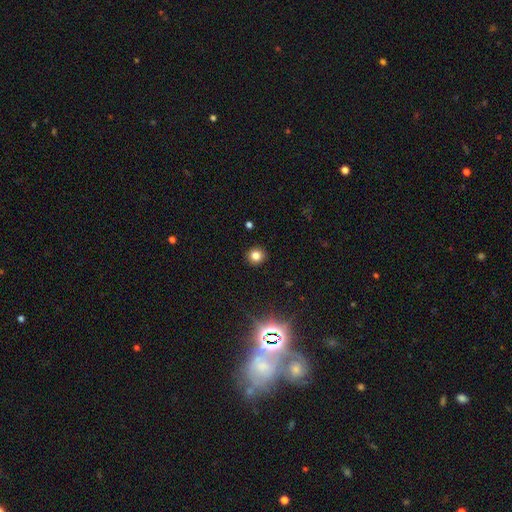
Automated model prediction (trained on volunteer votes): This is likely a smooth galaxy (80%). How rounded: clearly round (89%). Merging: clearly none (92%).